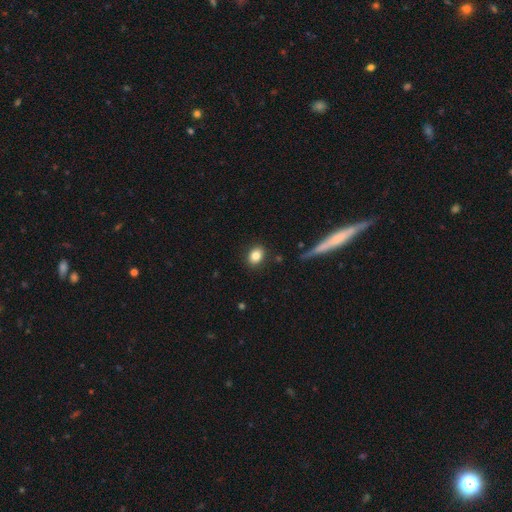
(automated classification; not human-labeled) Q: Smooth or featured?
A: smooth (84%); runner-up: star or artifact (9%)
Q: How rounded?
A: in between (60%); runner-up: round (38%)
Q: Merging?
A: none (88%); runner-up: minor disturbance (8%)